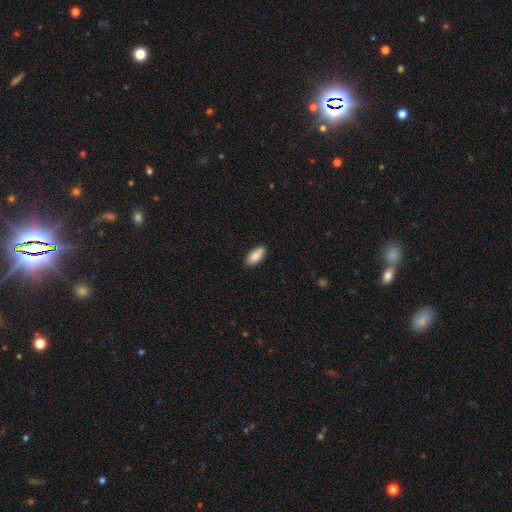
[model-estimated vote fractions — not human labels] This is clearly a smooth galaxy (86%). How rounded: clearly in between (85%). Merging: likely none (77%).